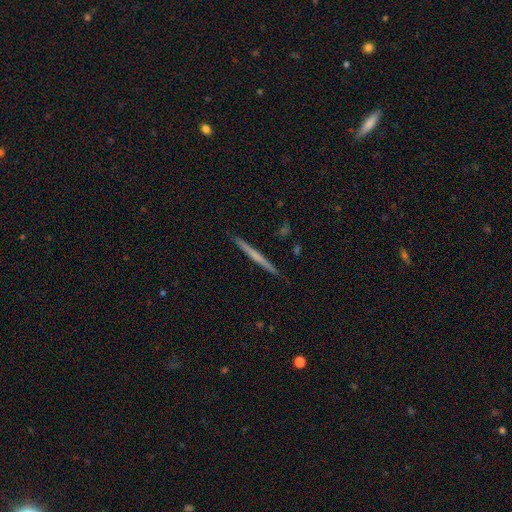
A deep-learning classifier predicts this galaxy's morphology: type=featured or disk (53%); edge-on=yes (98%); edge-on bulge=none (81%); merging=none (92%).